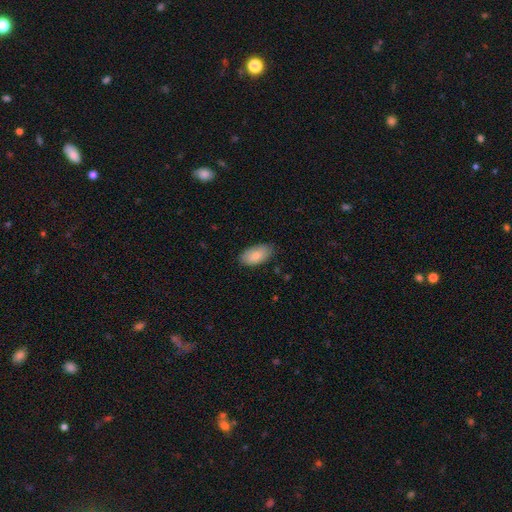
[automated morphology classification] Smooth or featured? Predicted: smooth (p=0.82). How rounded? Predicted: in between (p=0.95). Merging? Predicted: none (p=0.81).